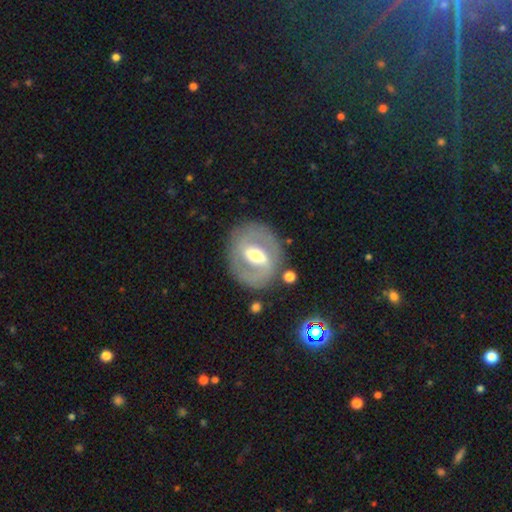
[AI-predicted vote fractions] A featured or disk galaxy (72%) with a strong bar (42%), spiral arms (59%) and a moderate central bulge (66%).

Vote fractions:
- Smooth or featured? featured or disk: 72% / smooth: 22% / star or artifact: 6%
- Edge-on disk? no: 94% / yes: 6%
- Bar? strong: 42% / weak: 41% / no: 17%
- Spiral arms? yes: 59% / no: 41%
- Bulge size? moderate: 66% / small: 21% / large: 11% / dominant: 1% / none: 1%
- Merging? none: 79% / minor disturbance: 12% / major disturbance: 6% / merger: 3%